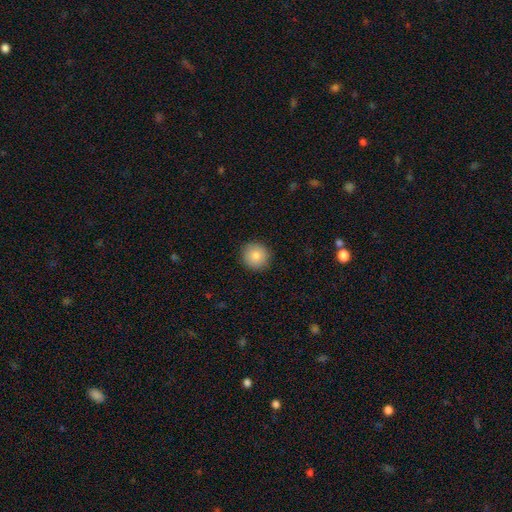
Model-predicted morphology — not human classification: A smooth galaxy with no disk features (83%) that is round (94%). Merging: none (92%).